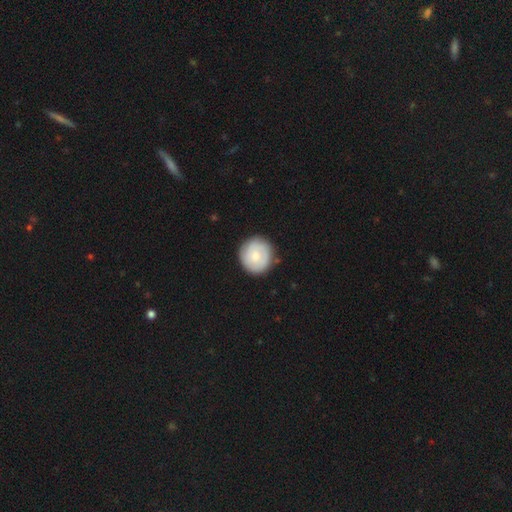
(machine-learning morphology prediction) A smooth galaxy with no disk features (66%) that is round (91%). Merging: none (85%).